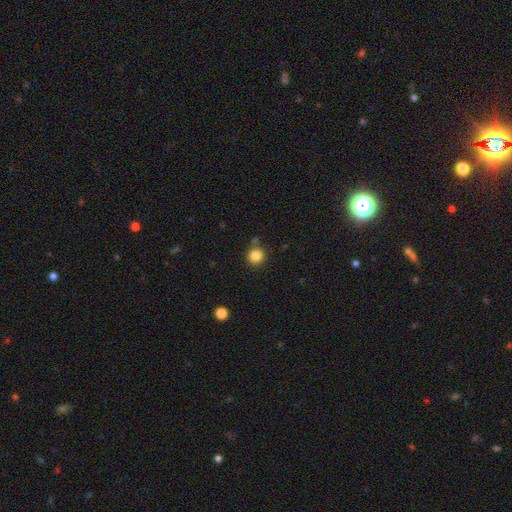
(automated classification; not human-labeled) This appears to be a smooth galaxy with no disk features (85%) that is round (93%). Merging: none (82%).